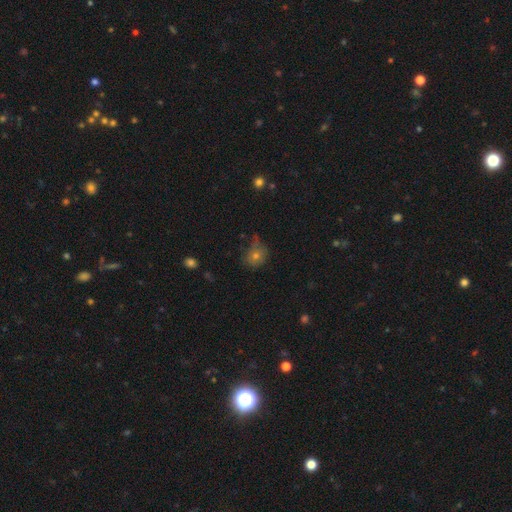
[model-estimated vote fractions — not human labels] A smooth galaxy with no disk features (64%) that is round (69%). Merging: none (56%).